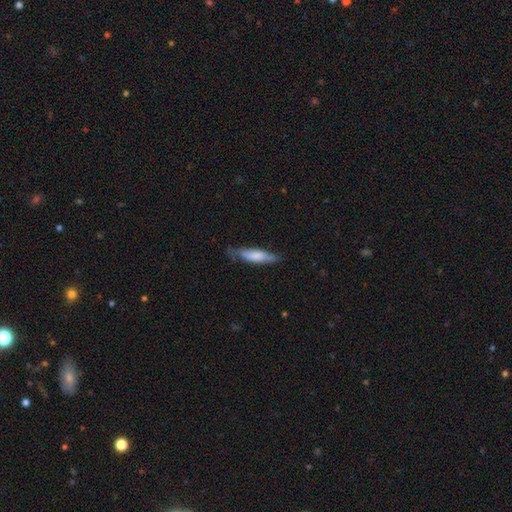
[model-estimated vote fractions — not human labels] smooth-or-featured: smooth: 66% | featured or disk: 28% | star or artifact: 6%
  how-rounded: cigar-shaped: 72% | in between: 27% | round: 2%
  merging: none: 68% | minor disturbance: 25% | major disturbance: 6% | merger: 2%